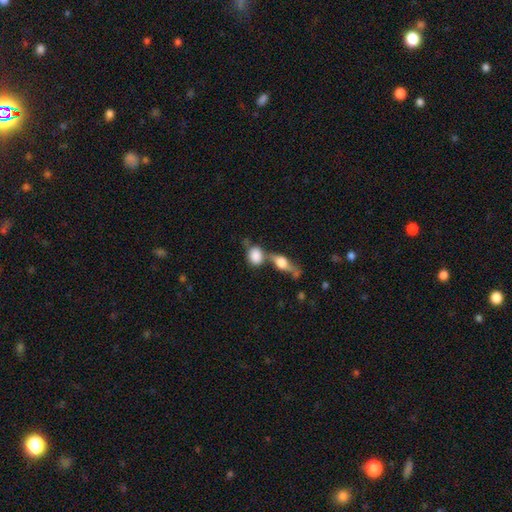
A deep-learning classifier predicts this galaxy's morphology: A smooth galaxy with no disk features (79%) that is in between round and cigar-shaped (61%).

Vote fractions:
- Smooth or featured? smooth: 79% / featured or disk: 13% / star or artifact: 8%
- How rounded? in between: 61% / round: 35% / cigar-shaped: 4%
- Merging? merger: 49% / none: 31% / minor disturbance: 12% / major disturbance: 7%